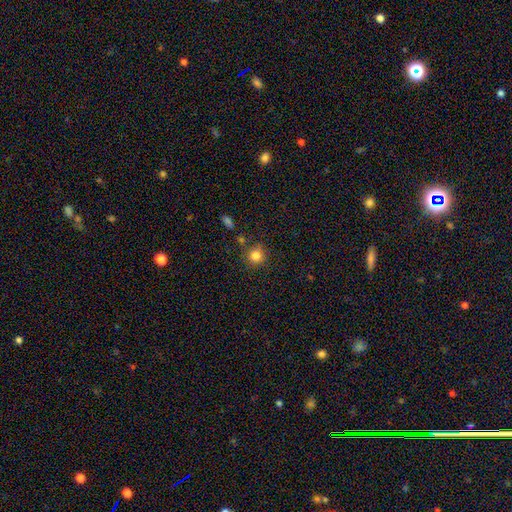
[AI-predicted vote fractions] Smooth or featured? smooth (83%)
How rounded? round (92%)
Merging? none (78%)